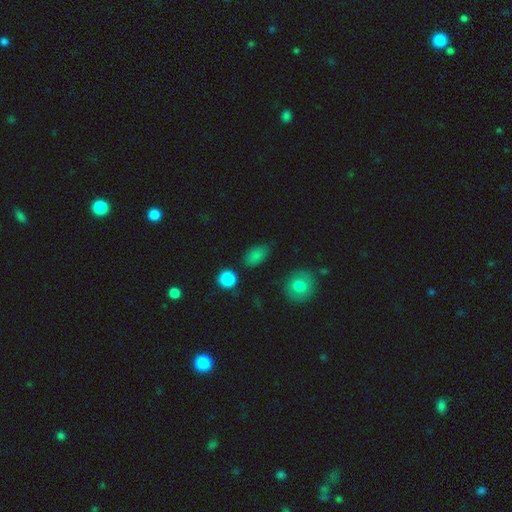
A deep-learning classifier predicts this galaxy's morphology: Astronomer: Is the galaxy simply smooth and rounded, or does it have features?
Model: smooth — 82%.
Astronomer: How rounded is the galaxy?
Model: in between — 78%.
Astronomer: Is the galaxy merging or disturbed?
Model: none — 68%.